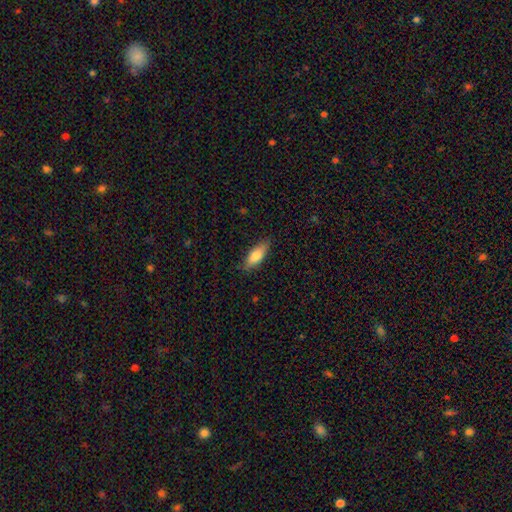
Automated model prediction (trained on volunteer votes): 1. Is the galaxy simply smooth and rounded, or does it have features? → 81% smooth, 13% featured or disk, 6% star or artifact.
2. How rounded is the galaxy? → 72% in between, 26% cigar-shaped, 2% round.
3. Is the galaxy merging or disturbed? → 82% none, 15% minor disturbance, 3% major disturbance, 1% merger.